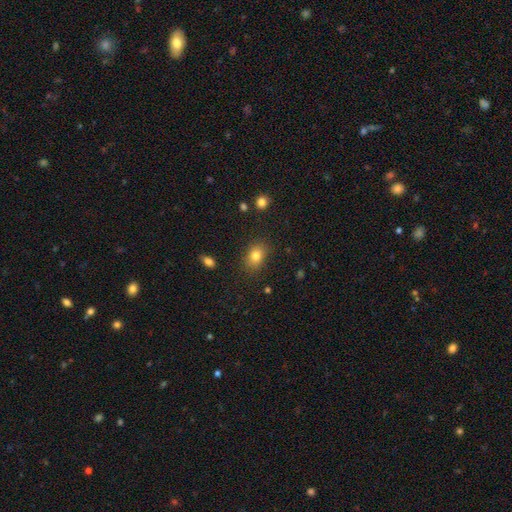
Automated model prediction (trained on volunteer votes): Smooth or featured: smooth — 81% (star or artifact — 11%)
How rounded: in between — 67% (round — 32%)
Merging: none — 83% (minor disturbance — 12%)